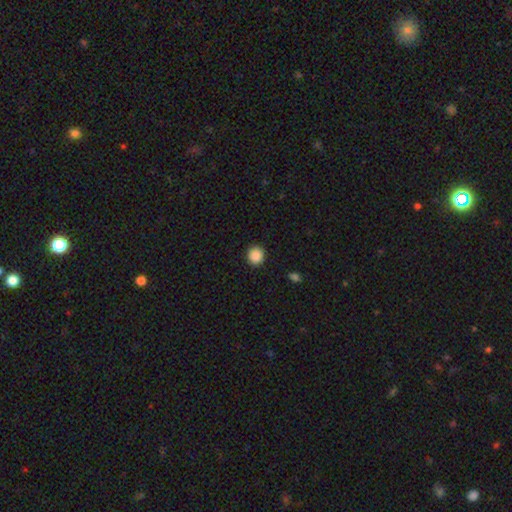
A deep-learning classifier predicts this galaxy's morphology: smooth 88%, star or artifact 9%, featured or disk 3%. Down the decision tree: how rounded — round (91%); merging — none (92%).